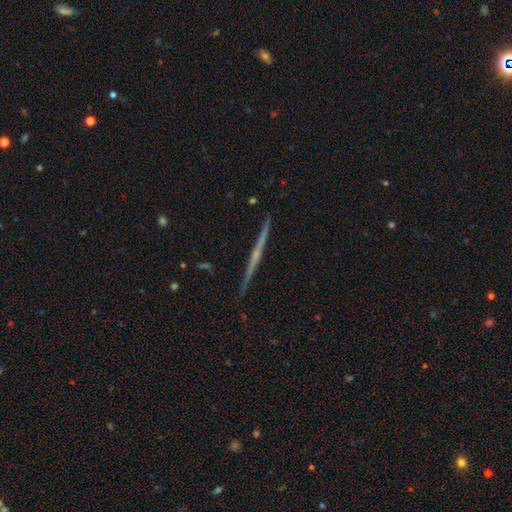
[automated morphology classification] type=featured or disk (78%); edge-on=yes (98%); edge-on bulge=none (55%); merging=none (92%).